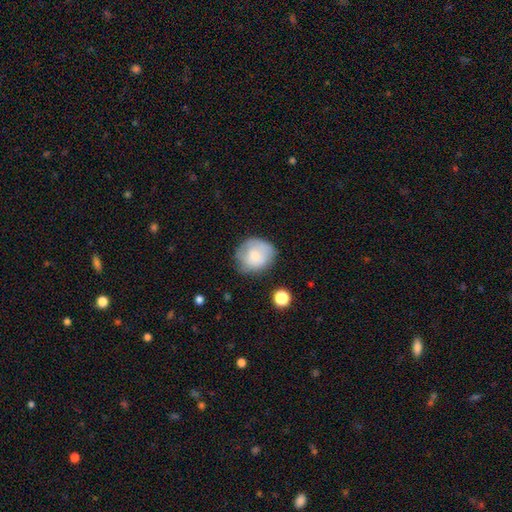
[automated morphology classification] Smooth or featured? Predicted: smooth (p=0.71). How rounded? Predicted: round (p=0.74). Merging? Predicted: none (p=0.62).